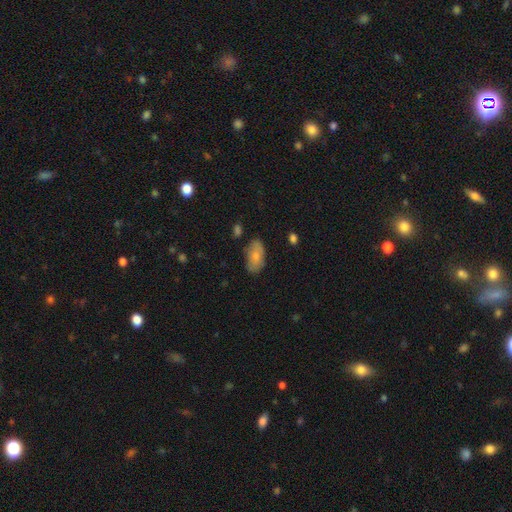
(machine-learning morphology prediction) Q: Smooth or featured?
A: smooth (74%); runner-up: featured or disk (20%)
Q: How rounded?
A: in between (93%); runner-up: round (5%)
Q: Merging?
A: none (75%); runner-up: minor disturbance (19%)